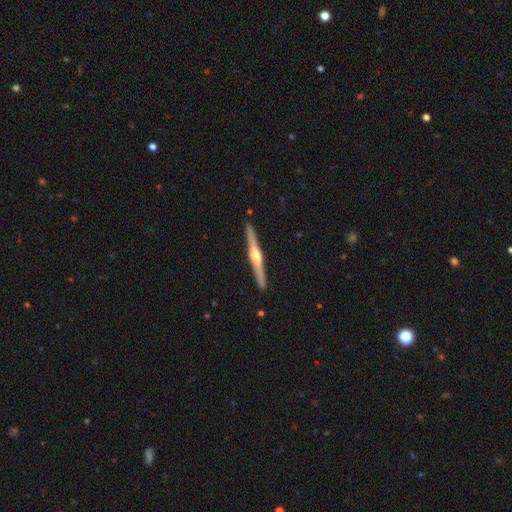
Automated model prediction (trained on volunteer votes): A featured or disk galaxy (79%) viewed edge-on (98%) with a rounded central bulge (92%). Merging: none (92%).